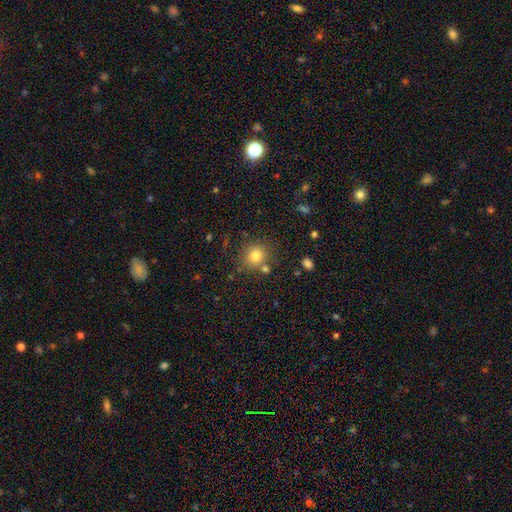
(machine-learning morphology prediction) Q: Smooth or featured?
A: smooth (78%); runner-up: star or artifact (13%)
Q: How rounded?
A: round (79%); runner-up: in between (20%)
Q: Merging?
A: none (75%); runner-up: minor disturbance (11%)